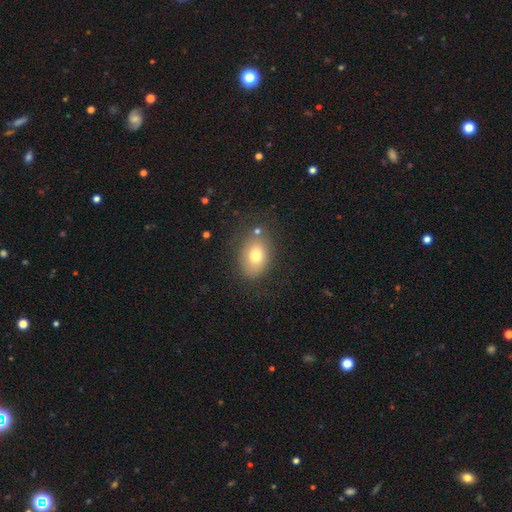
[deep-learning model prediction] Smooth or featured? Predicted: smooth (p=0.74). How rounded? Predicted: in between (p=0.72). Merging? Predicted: none (p=0.73).